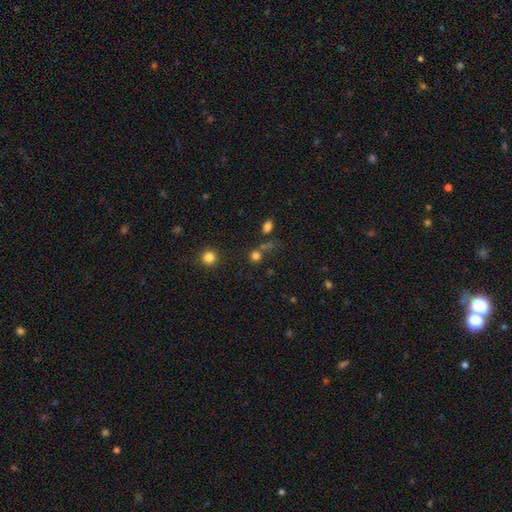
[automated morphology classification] Overall: smooth (73%). How rounded: round (87%). Merging: none (66%).